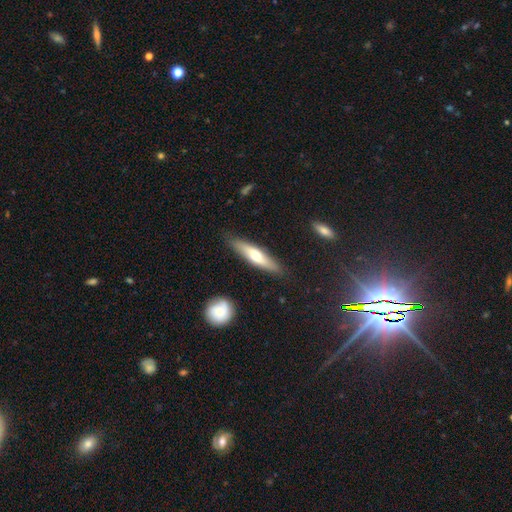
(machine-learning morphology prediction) Smooth or featured? Predicted: smooth (p=0.54). How rounded? Predicted: cigar-shaped (p=0.74). Merging? Predicted: none (p=0.84).